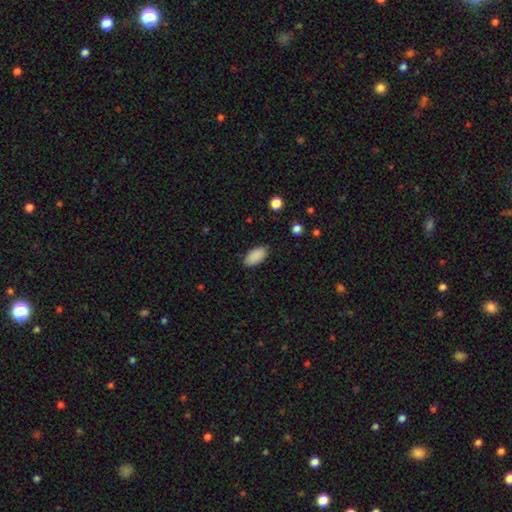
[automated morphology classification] Smooth or featured? Predicted: smooth (p=0.89). How rounded? Predicted: in between (p=0.94). Merging? Predicted: none (p=0.85).